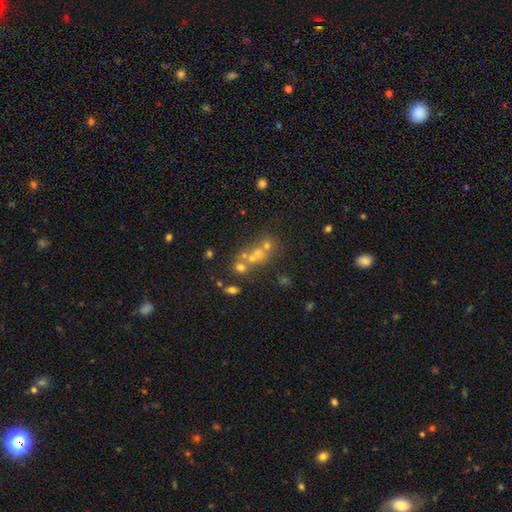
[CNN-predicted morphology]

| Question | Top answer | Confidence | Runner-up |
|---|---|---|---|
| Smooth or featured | smooth | 39% | star or artifact (35%) |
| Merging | none | 42% | merger (40%) |